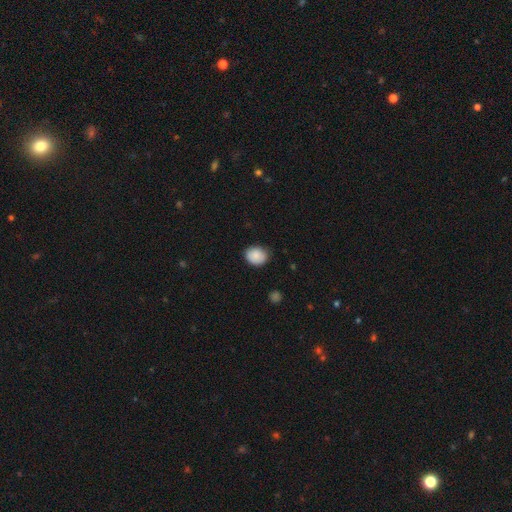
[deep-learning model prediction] This appears to be a smooth galaxy with no disk features (88%) that is round (57%). Merging: none (80%).